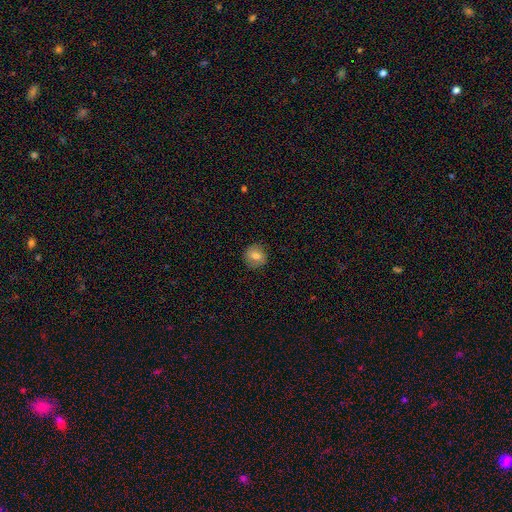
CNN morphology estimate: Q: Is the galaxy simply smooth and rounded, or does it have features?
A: smooth — 75%.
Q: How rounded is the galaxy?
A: round — 86%.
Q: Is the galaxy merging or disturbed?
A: none — 87%.